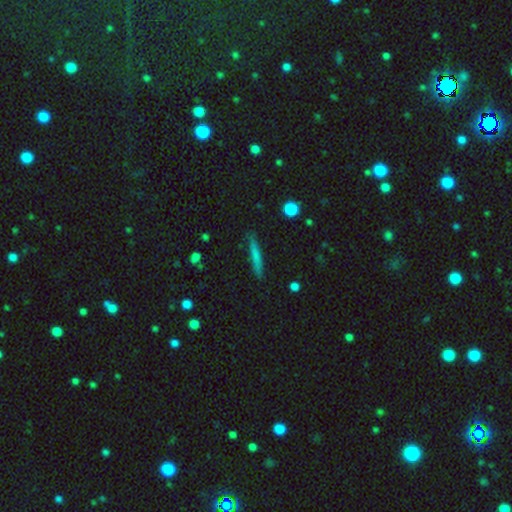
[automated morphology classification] Q: Smooth or featured?
A: smooth (68%); runner-up: featured or disk (25%)
Q: How rounded?
A: cigar-shaped (94%); runner-up: in between (5%)
Q: Merging?
A: none (85%); runner-up: minor disturbance (11%)